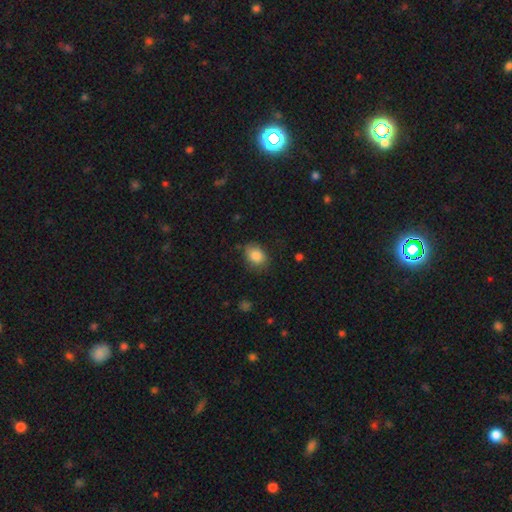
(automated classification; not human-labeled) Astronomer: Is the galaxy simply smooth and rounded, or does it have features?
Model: smooth — 85%.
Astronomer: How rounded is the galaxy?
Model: in between — 70%.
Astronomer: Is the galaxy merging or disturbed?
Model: none — 74%.